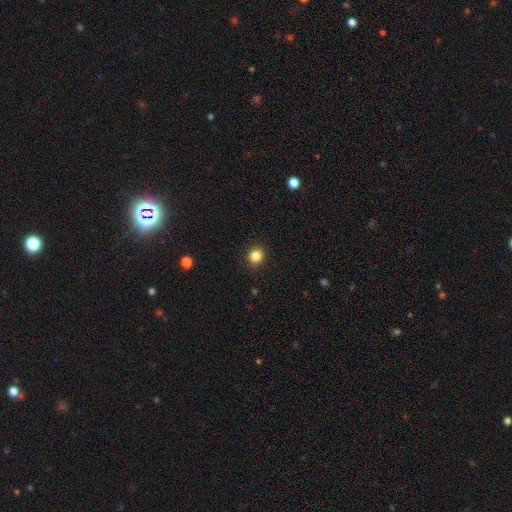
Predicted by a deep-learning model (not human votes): This is clearly a smooth galaxy (84%). How rounded: clearly round (85%). Merging: clearly none (92%).